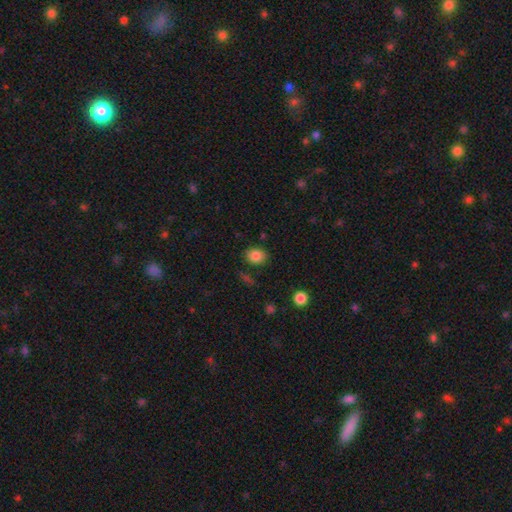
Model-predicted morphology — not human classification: smooth 84%, star or artifact 10%, featured or disk 6%. Down the decision tree: how rounded — round (50%); merging — none (82%).